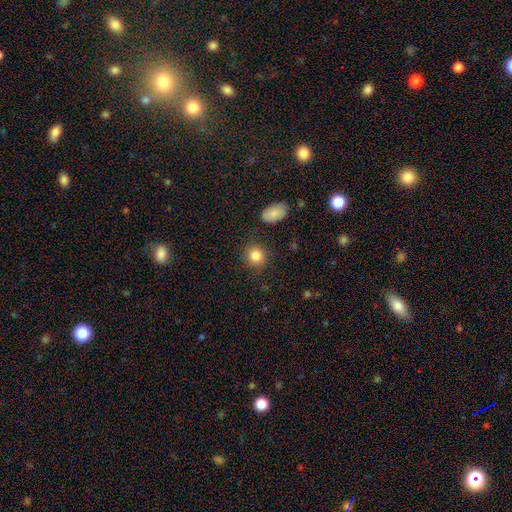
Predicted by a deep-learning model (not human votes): A smooth galaxy with no disk features (86%) that is round (82%). Merging: none (84%).